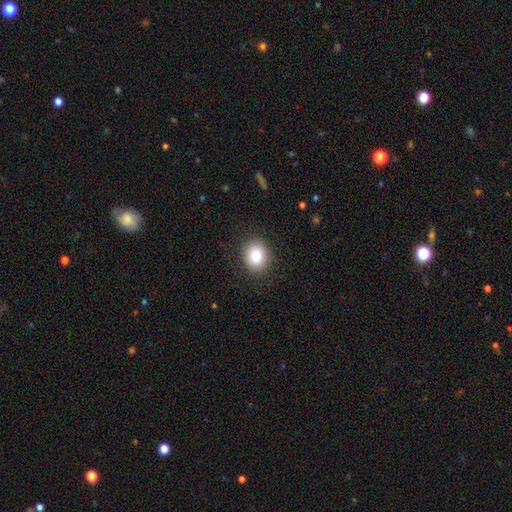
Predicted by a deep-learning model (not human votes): smooth-or-featured: smooth: 80% | featured or disk: 10% | star or artifact: 10%
  how-rounded: round: 70% | in between: 29% | cigar-shaped: 1%
  merging: none: 88% | minor disturbance: 8% | major disturbance: 3% | merger: 1%